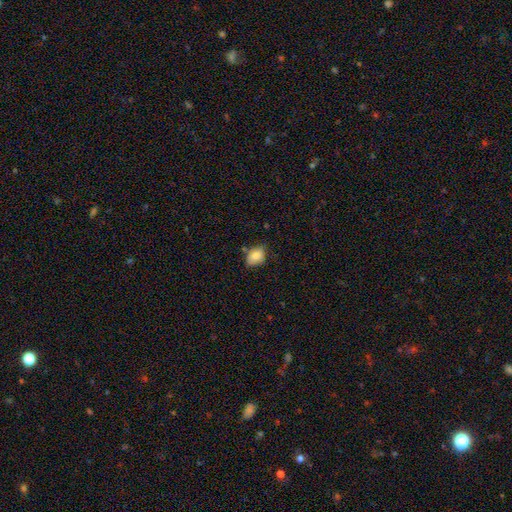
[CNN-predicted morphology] Smooth or featured? Predicted: smooth (p=0.82). How rounded? Predicted: in between (p=0.67). Merging? Predicted: none (p=0.61).